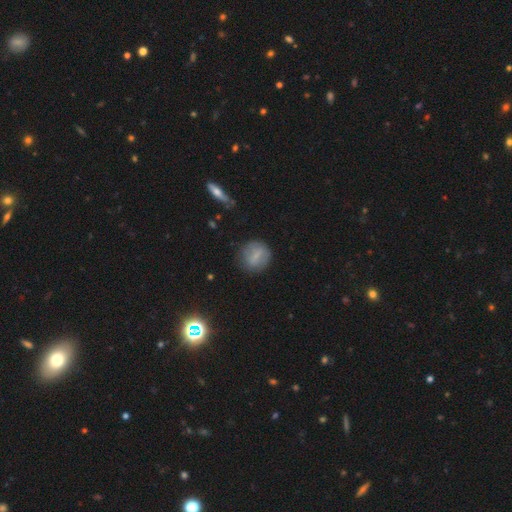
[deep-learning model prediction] Smooth or featured: smooth — 63% (featured or disk — 28%)
How rounded: round — 79% (in between — 19%)
Merging: none — 76% (minor disturbance — 16%)